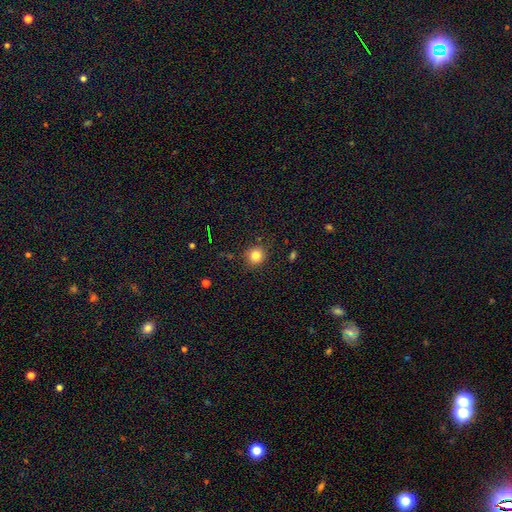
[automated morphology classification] This is clearly a smooth galaxy (82%). How rounded: clearly round (88%). Merging: clearly none (87%).